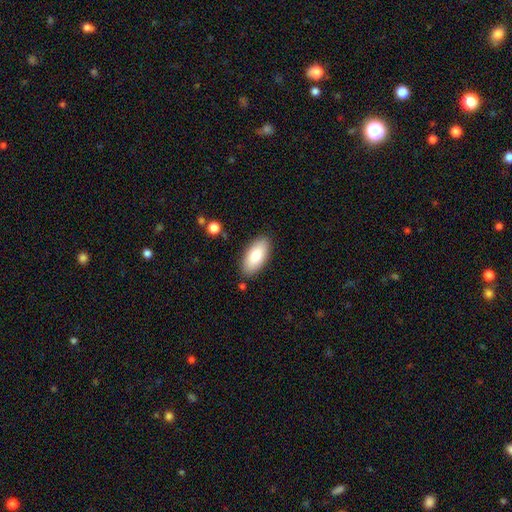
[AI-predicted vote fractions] smooth-or-featured: smooth: 82% | featured or disk: 12% | star or artifact: 6%
  how-rounded: in between: 91% | cigar-shaped: 7% | round: 2%
  merging: none: 86% | minor disturbance: 10% | major disturbance: 2% | merger: 2%